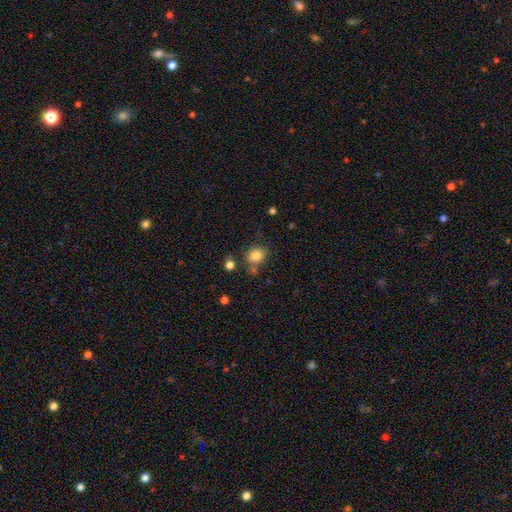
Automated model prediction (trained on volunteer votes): Morphology: type=smooth (83%); roundness=round (59%); merging=none (69%).